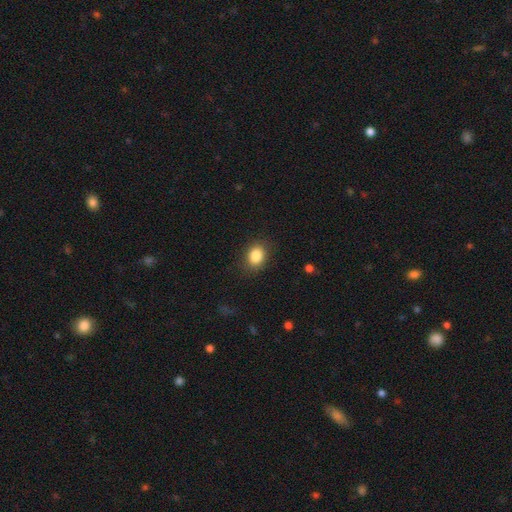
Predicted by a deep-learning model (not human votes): Smooth or featured: smooth — 86% (star or artifact — 9%)
How rounded: in between — 60% (round — 39%)
Merging: none — 85% (minor disturbance — 11%)